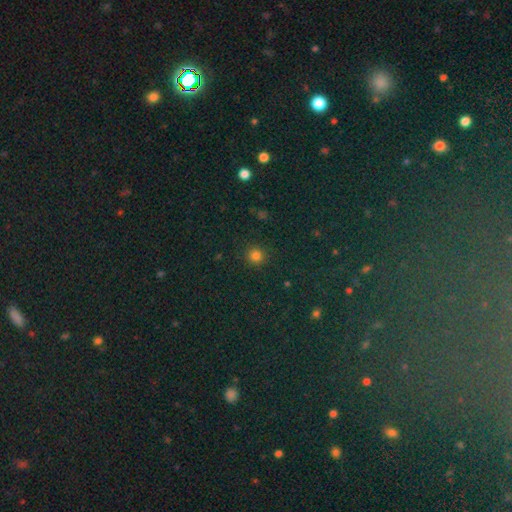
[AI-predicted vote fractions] This is likely a smooth galaxy (79%). How rounded: clearly round (93%). Merging: clearly none (90%).